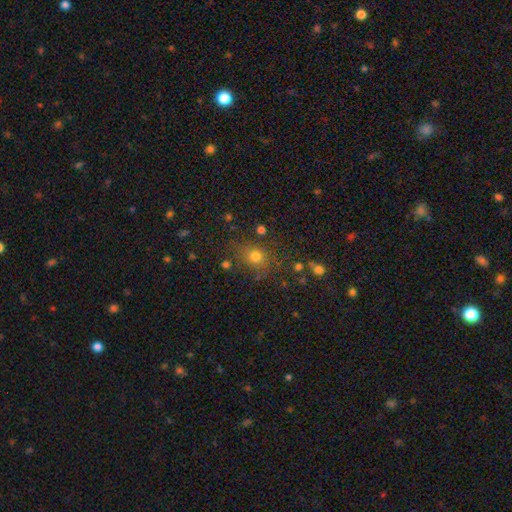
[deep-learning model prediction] This appears to be a smooth galaxy with no disk features (72%) that is round (69%). Merging: none (76%).